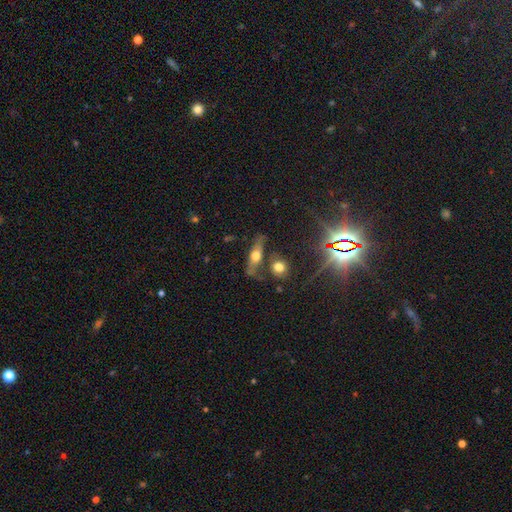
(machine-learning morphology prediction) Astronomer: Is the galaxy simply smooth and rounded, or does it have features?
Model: featured or disk — 51% (runner-up: smooth, 37%).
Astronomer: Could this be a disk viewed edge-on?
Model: yes — 78%.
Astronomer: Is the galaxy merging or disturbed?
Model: none — 62%.